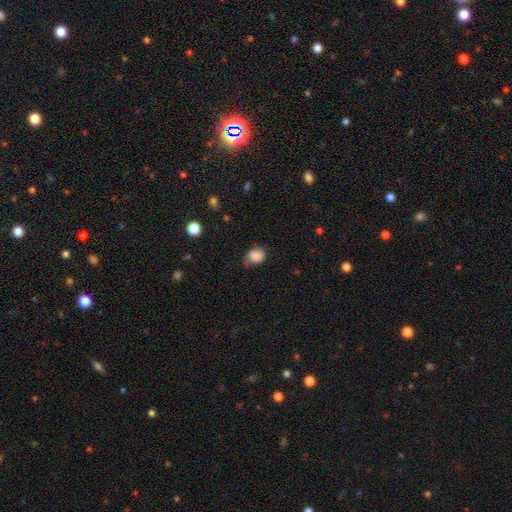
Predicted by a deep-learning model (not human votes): This appears to be a smooth galaxy with no disk features (84%) that is in between round and cigar-shaped (59%). Merging: none (55%).